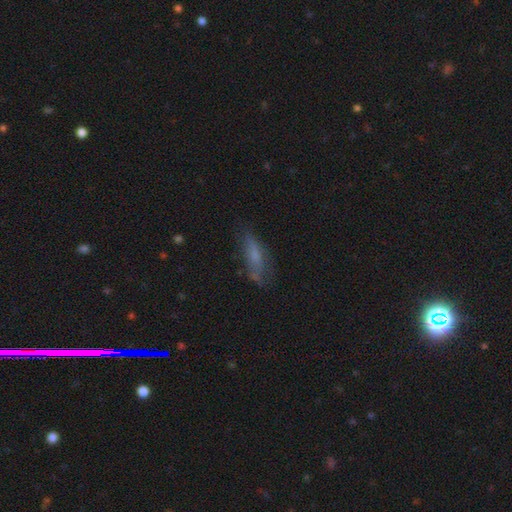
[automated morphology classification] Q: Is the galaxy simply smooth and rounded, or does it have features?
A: smooth — 44%.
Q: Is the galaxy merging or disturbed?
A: none — 68%.